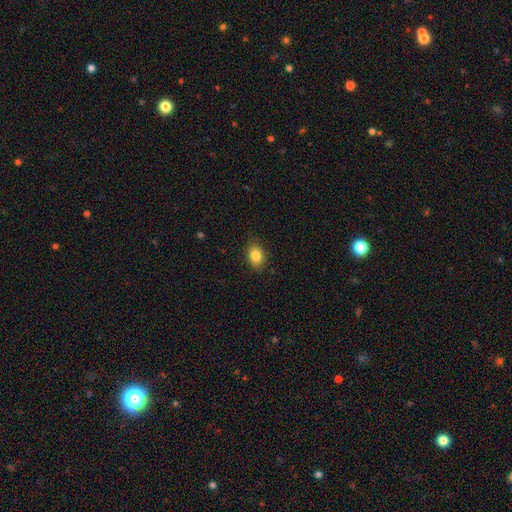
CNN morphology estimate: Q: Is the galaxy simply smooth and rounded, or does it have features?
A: smooth — 84%.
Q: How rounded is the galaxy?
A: in between — 69%.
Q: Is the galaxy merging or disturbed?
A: none — 87%.